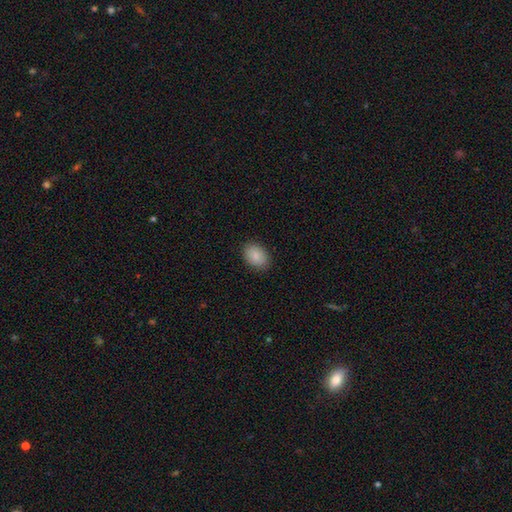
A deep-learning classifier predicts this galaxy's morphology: Q: Smooth or featured?
A: smooth (87%); runner-up: star or artifact (7%)
Q: How rounded?
A: in between (82%); runner-up: round (17%)
Q: Merging?
A: none (88%); runner-up: minor disturbance (9%)